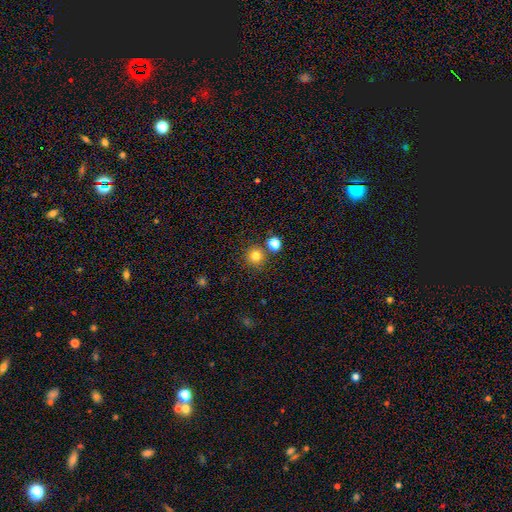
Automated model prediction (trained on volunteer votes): Smooth or featured?
  - smooth: 80% *
  - star or artifact: 14%
  - featured or disk: 6%
How rounded?
  - round: 94% *
  - in between: 5%
  - cigar-shaped: 1%
Merging?
  - none: 83% *
  - merger: 8%
  - minor disturbance: 7%
  - major disturbance: 2%